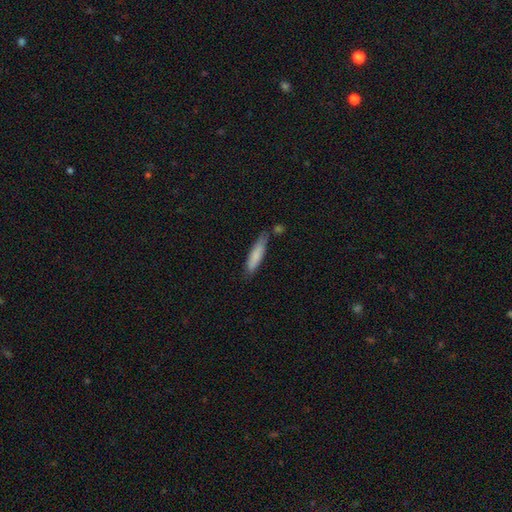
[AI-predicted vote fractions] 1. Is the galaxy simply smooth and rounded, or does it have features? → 81% smooth, 13% featured or disk, 6% star or artifact.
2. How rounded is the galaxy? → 81% cigar-shaped, 18% in between, 1% round.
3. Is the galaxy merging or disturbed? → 69% none, 20% minor disturbance, 7% merger, 4% major disturbance.